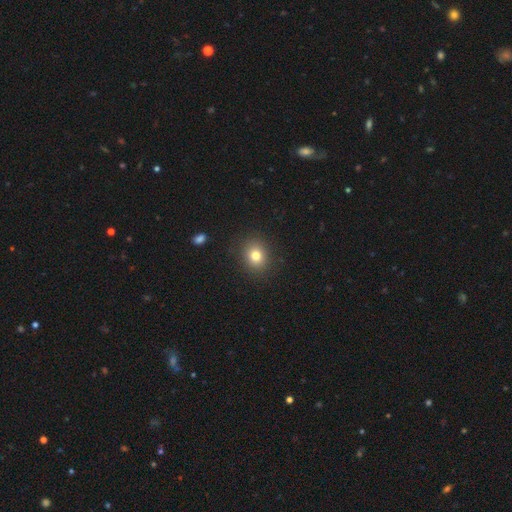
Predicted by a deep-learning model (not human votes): smooth_or_featured: smooth (p=0.79) [alt: star or artifact p=0.13]
how_rounded: round (p=0.71) [alt: in between p=0.28]
merging: none (p=0.89) [alt: minor disturbance p=0.07]